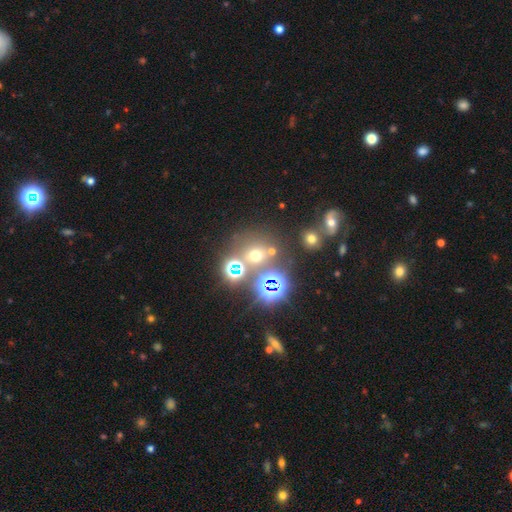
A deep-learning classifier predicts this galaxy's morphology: This is possibly a smooth galaxy (45%). Merging: likely none (68%).